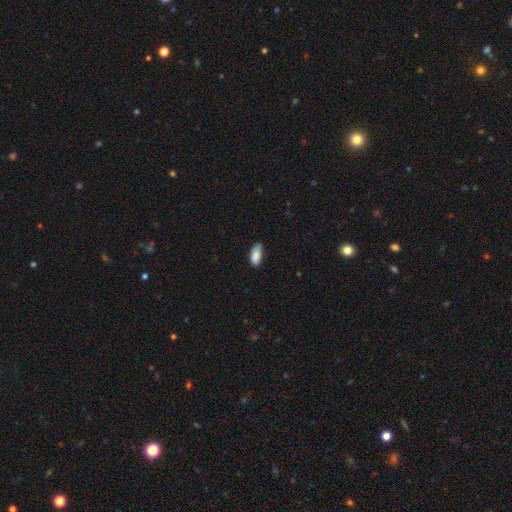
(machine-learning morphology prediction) smooth-or-featured: smooth: 87% | star or artifact: 7% | featured or disk: 6%
  how-rounded: in between: 88% | cigar-shaped: 10% | round: 2%
  merging: none: 69% | minor disturbance: 26% | major disturbance: 4% | merger: 1%